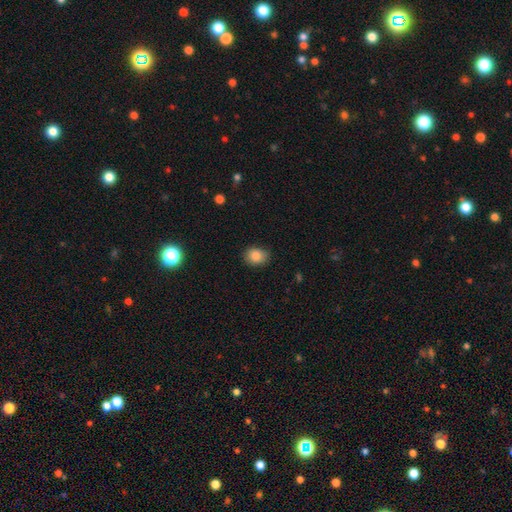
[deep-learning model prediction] smooth 85%, star or artifact 9%, featured or disk 6%. Down the decision tree: how rounded — in between (50%); merging — none (81%).